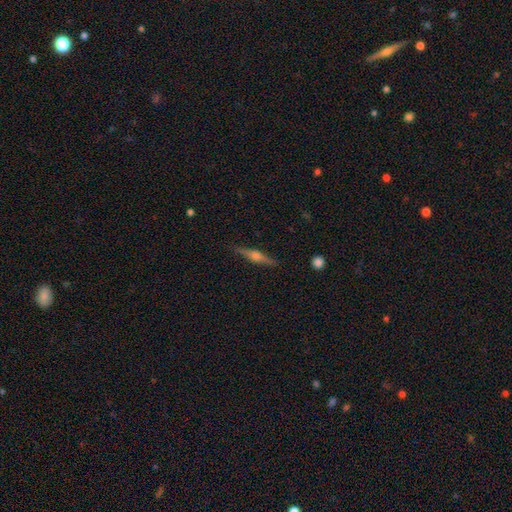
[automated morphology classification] A featured or disk galaxy (75%) viewed edge-on (98%) with a rounded central bulge (89%).

Vote fractions:
- Smooth or featured? featured or disk: 75% / smooth: 18% / star or artifact: 6%
- Edge-on disk? yes: 98% / no: 2%
- Edge-on bulge? rounded: 89% / boxy: 8% / none: 3%
- Merging? none: 89% / minor disturbance: 8% / major disturbance: 2% / merger: 1%